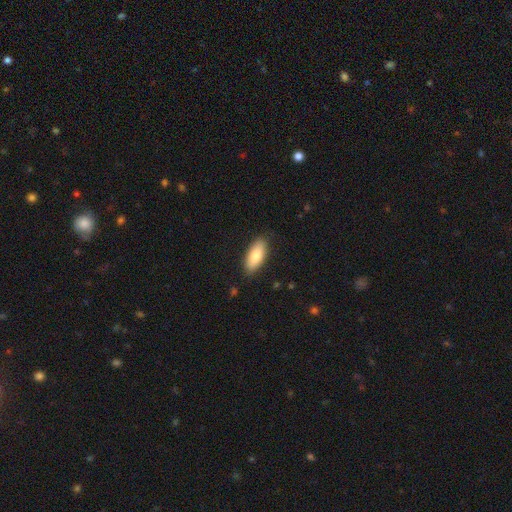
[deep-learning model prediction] Smooth or featured?
  - smooth: 81% *
  - featured or disk: 13%
  - star or artifact: 6%
How rounded?
  - in between: 83% *
  - cigar-shaped: 15%
  - round: 2%
Merging?
  - none: 86% *
  - minor disturbance: 11%
  - major disturbance: 2%
  - merger: 1%